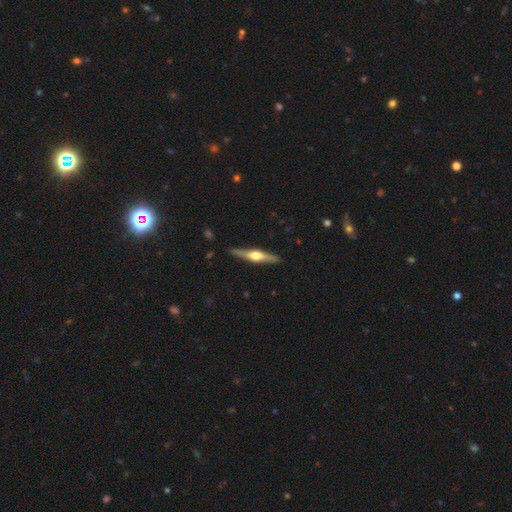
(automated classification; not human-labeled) This is likely a featured or disk galaxy (69%). It is clearly viewed edge-on (97%). Edge-on bulge: clearly rounded (91%). Merging: clearly none (89%).